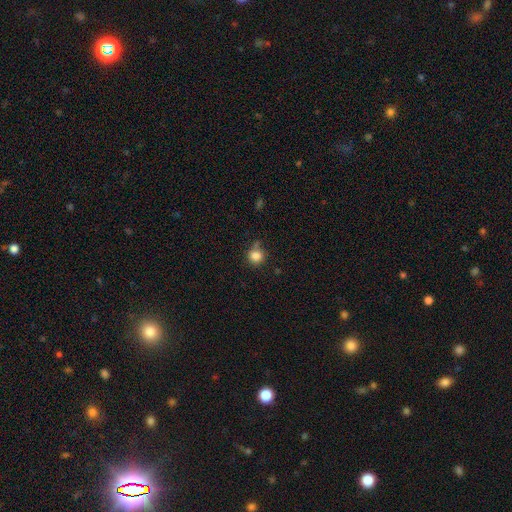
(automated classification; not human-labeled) Smooth or featured? Predicted: smooth (p=0.84). How rounded? Predicted: round (p=0.93). Merging? Predicted: none (p=0.75).